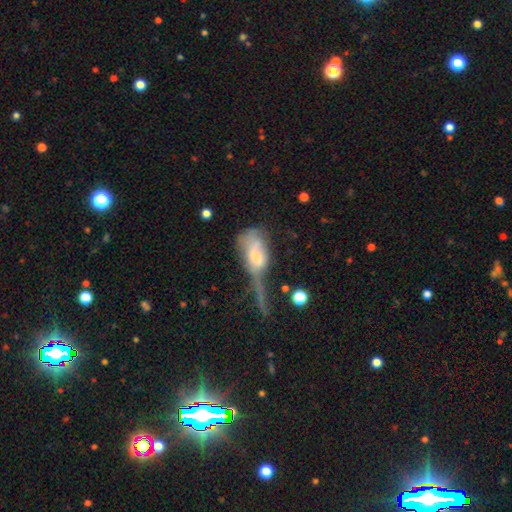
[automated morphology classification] smooth_or_featured: smooth (p=0.56) [alt: featured or disk p=0.34]
how_rounded: in between (p=0.85) [alt: round p=0.08]
merging: major disturbance (p=0.46) [alt: merger p=0.27]